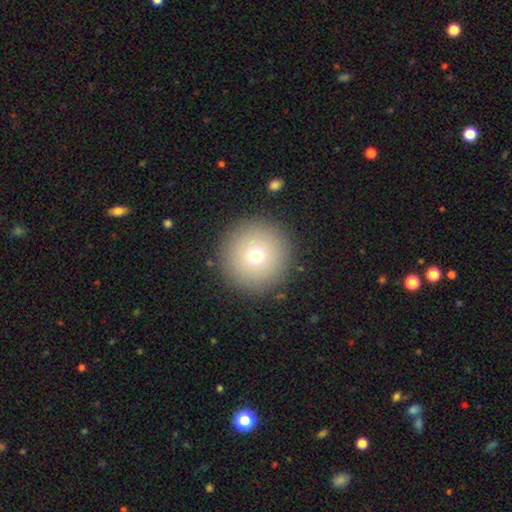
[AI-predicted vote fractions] The model was most divided on "smooth or featured": smooth: 72%, featured or disk: 15%, star or artifact: 13%. More confident: how rounded — round (96%); merging — none (91%).